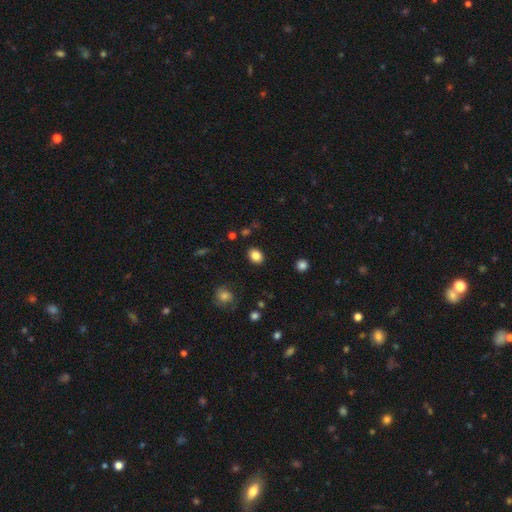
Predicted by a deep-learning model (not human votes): smooth 85%, star or artifact 10%, featured or disk 5%. Down the decision tree: how rounded — in between (56%); merging — none (87%).